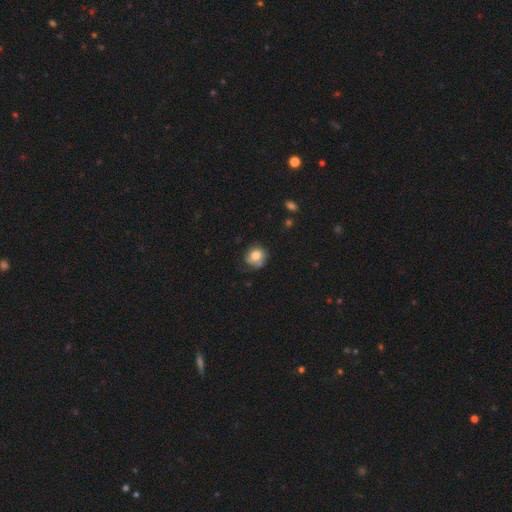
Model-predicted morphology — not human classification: Q: Smooth or featured?
A: smooth (74%); runner-up: featured or disk (17%)
Q: How rounded?
A: round (79%); runner-up: in between (20%)
Q: Merging?
A: none (56%); runner-up: minor disturbance (29%)